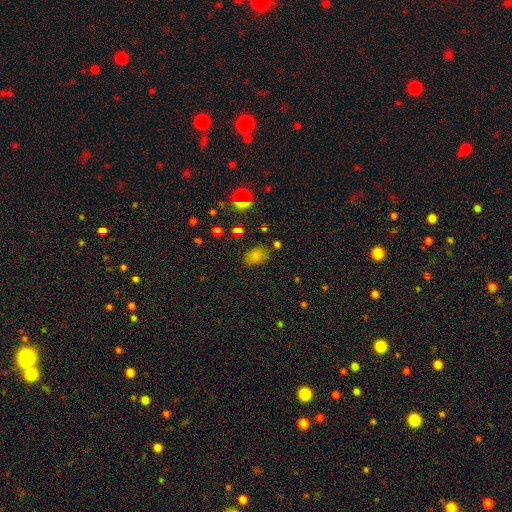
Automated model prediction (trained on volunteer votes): This appears to be a smooth galaxy with no disk features (73%) that is in between round and cigar-shaped (81%). Merging: none (77%).